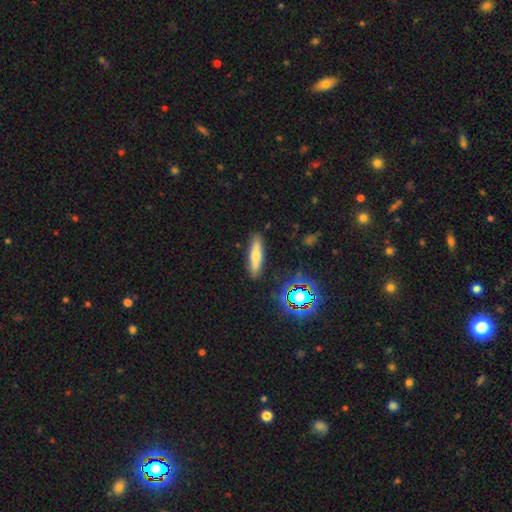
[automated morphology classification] Overall: smooth (64%; featured or disk 25%). How rounded: cigar-shaped (72%). Merging: none (86%).